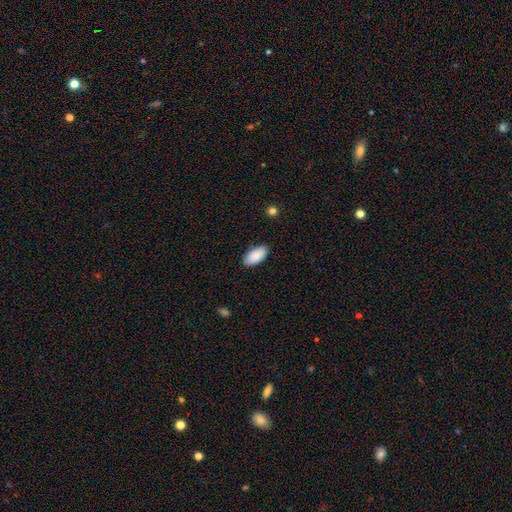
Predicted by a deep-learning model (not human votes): Morphology: type=smooth (90%); roundness=in between (95%); merging=none (87%).